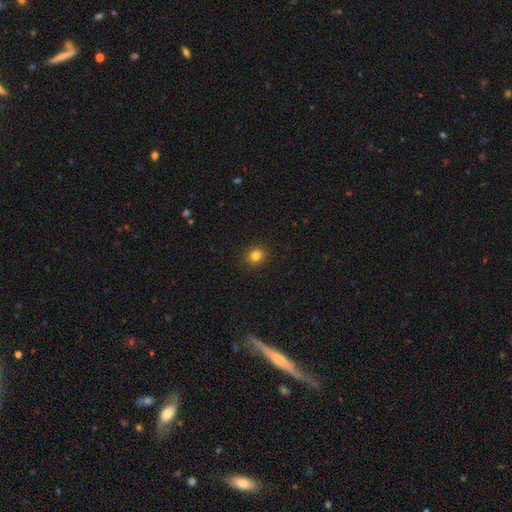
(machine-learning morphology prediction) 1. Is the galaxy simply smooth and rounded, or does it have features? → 81% smooth, 13% star or artifact, 6% featured or disk.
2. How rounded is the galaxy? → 81% round, 18% in between, 1% cigar-shaped.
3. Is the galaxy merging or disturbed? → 91% none, 6% minor disturbance, 2% major disturbance, 1% merger.